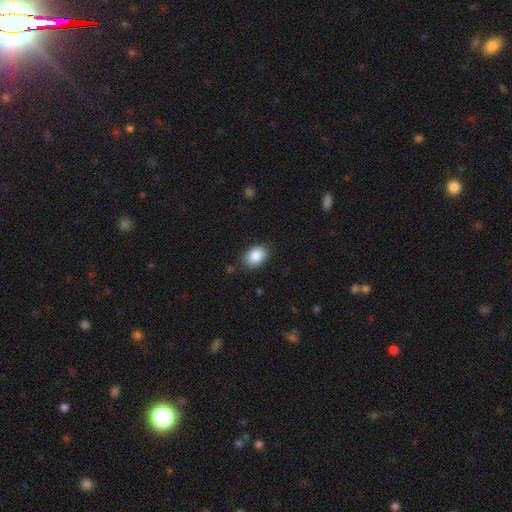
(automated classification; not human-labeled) This appears to be a smooth galaxy with no disk features (88%) that is in between round and cigar-shaped (84%). Merging: none (85%).